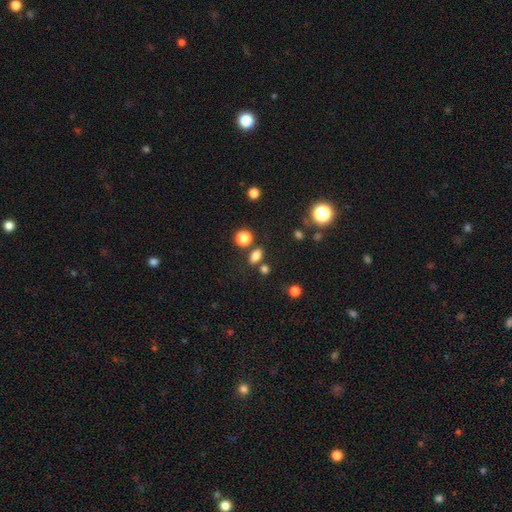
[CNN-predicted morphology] A smooth galaxy with no disk features (78%) that is in between round and cigar-shaped (76%).

Vote fractions:
- Smooth or featured? smooth: 78% / star or artifact: 15% / featured or disk: 7%
- How rounded? in between: 76% / round: 21% / cigar-shaped: 3%
- Merging? none: 74% / merger: 11% / minor disturbance: 11% / major disturbance: 4%